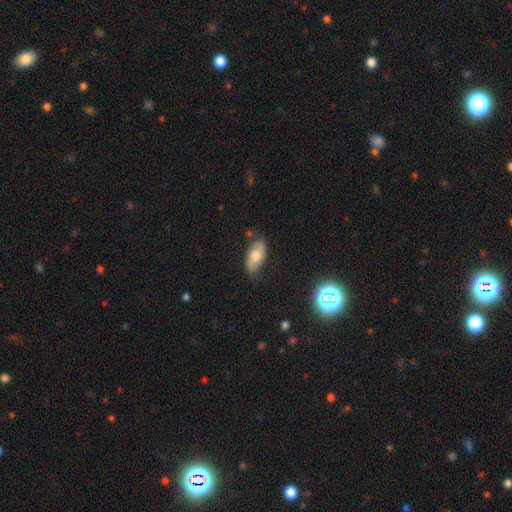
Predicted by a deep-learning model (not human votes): Smooth or featured: smooth — 60% (featured or disk — 33%)
How rounded: in between — 92% (cigar-shaped — 4%)
Merging: none — 70% (minor disturbance — 23%)